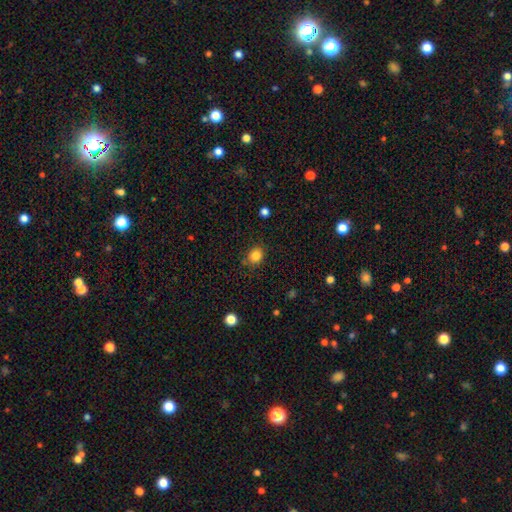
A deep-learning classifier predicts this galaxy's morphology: smooth_or_featured: smooth (p=0.84) [alt: star or artifact p=0.11]
how_rounded: round (p=0.67) [alt: in between p=0.32]
merging: none (p=0.82) [alt: minor disturbance p=0.13]